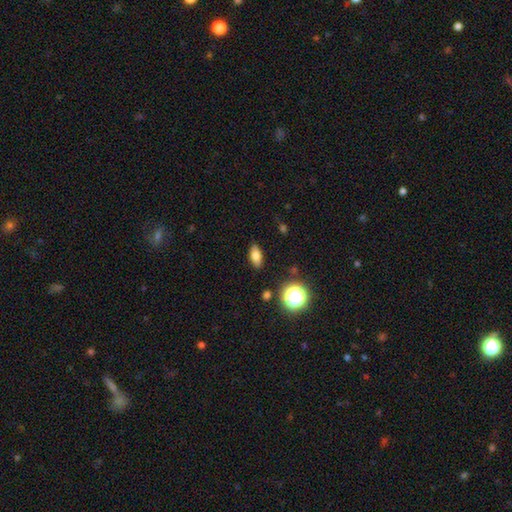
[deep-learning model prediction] smooth-or-featured: smooth: 74% | featured or disk: 14% | star or artifact: 12%
  how-rounded: in between: 82% | cigar-shaped: 10% | round: 8%
  merging: none: 87% | minor disturbance: 9% | major disturbance: 2% | merger: 1%